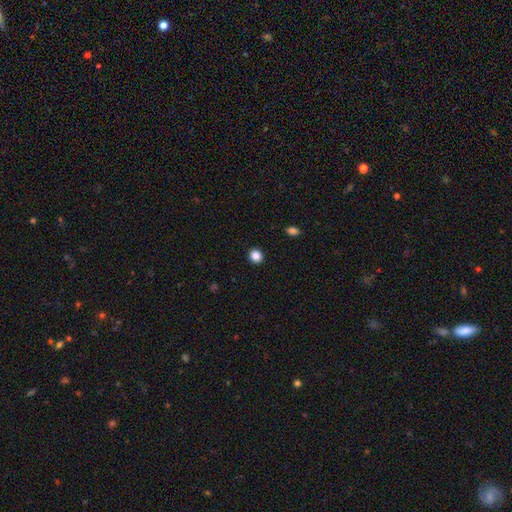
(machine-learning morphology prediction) smooth 85%, star or artifact 11%, featured or disk 3%. Down the decision tree: how rounded — round (88%); merging — none (92%).